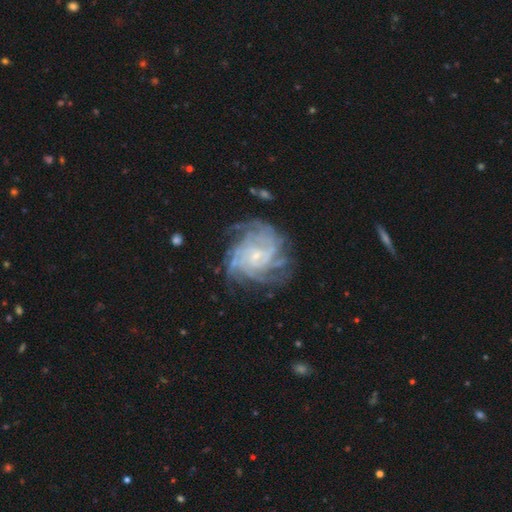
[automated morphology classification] Q: Smooth or featured?
A: featured or disk (89%); runner-up: star or artifact (6%)
Q: Edge-on disk?
A: no (98%); runner-up: yes (2%)
Q: Bar?
A: no (63%); runner-up: weak (29%)
Q: Spiral arms?
A: yes (98%); runner-up: no (2%)
Q: Spiral winding?
A: tight (68%); runner-up: medium (27%)
Q: Spiral arm count?
A: 4 (28%); runner-up: more than 4 (23%)
Q: Bulge size?
A: small (81%); runner-up: moderate (13%)
Q: Merging?
A: none (72%); runner-up: minor disturbance (17%)